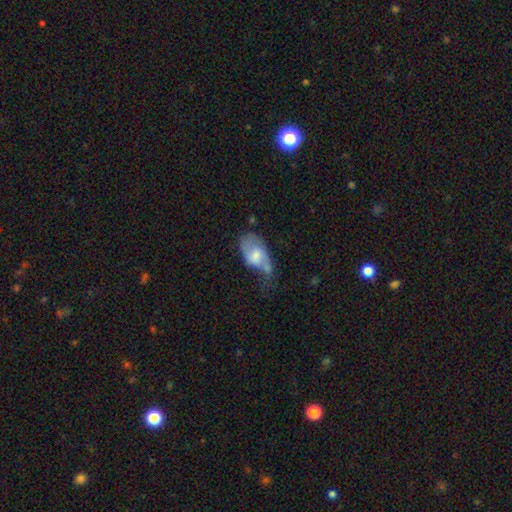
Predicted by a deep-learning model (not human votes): Smooth or featured? smooth (51%)
How rounded? in between (90%)
Merging? major disturbance (33%)